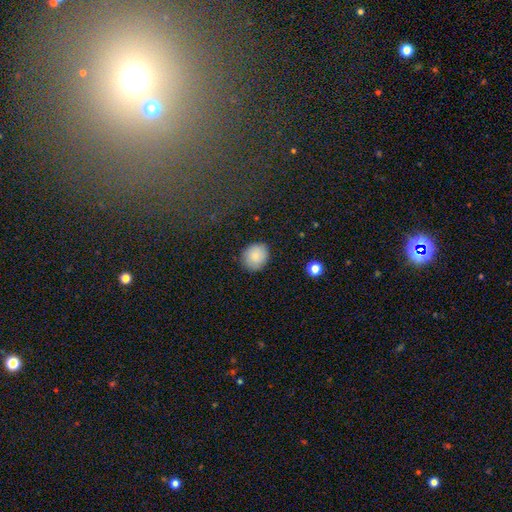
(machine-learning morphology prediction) A smooth galaxy with no disk features (84%) that is round (67%). Merging: none (86%).